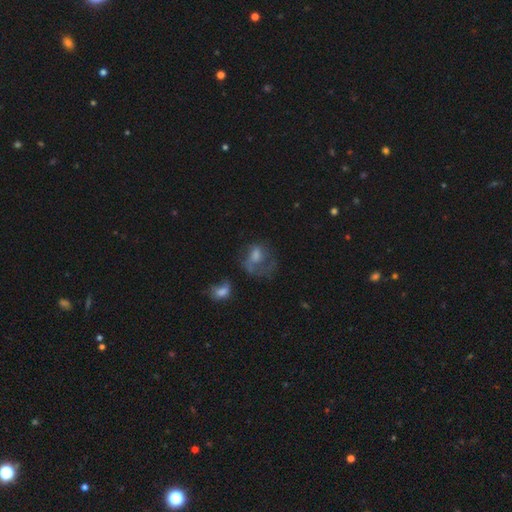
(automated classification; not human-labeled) Smooth or featured: featured or disk — 47% (smooth — 34%)
Merging: major disturbance — 41% (none — 32%)